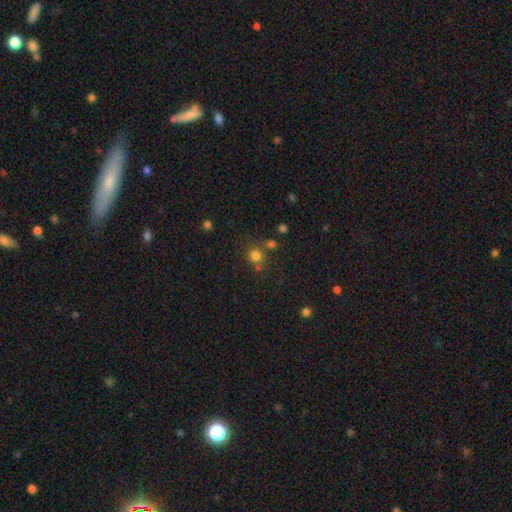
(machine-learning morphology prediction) This appears to be a smooth galaxy with no disk features (77%) that is round (89%). Merging: none (69%).